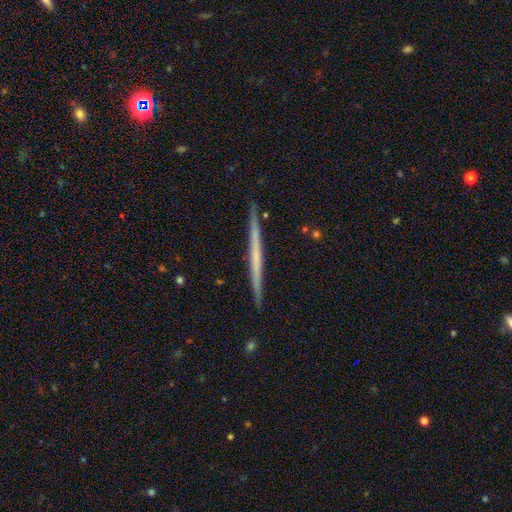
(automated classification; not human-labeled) This appears to be a featured or disk galaxy (59%) viewed edge-on (98%) with no central bulge (89%). Merging: none (92%).